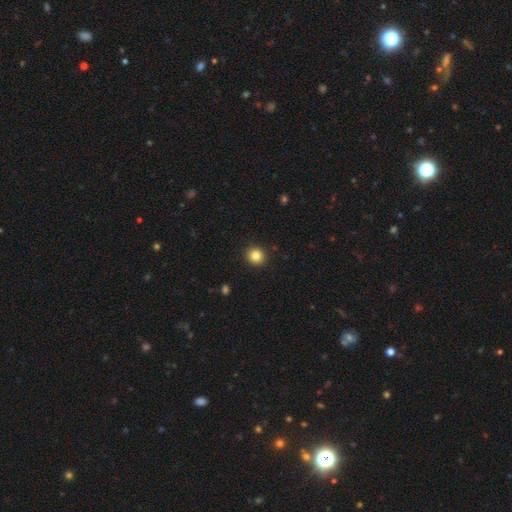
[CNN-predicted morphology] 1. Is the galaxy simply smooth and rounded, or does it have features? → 84% smooth, 10% star or artifact, 5% featured or disk.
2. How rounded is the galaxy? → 86% round, 13% in between, 1% cigar-shaped.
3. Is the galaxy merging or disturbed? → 92% none, 5% minor disturbance, 2% major disturbance, 1% merger.